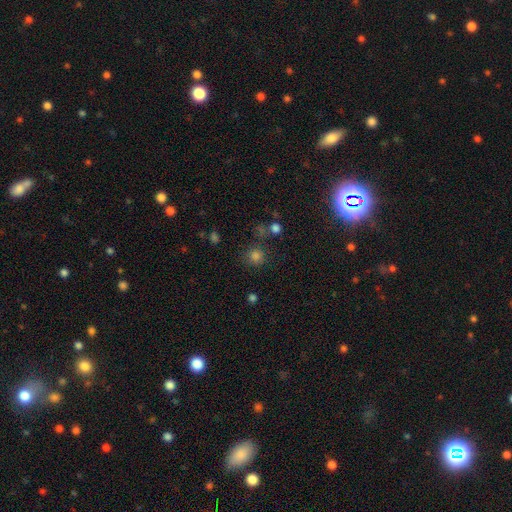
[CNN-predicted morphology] smooth_or_featured: smooth (p=0.77) [alt: star or artifact p=0.18]
how_rounded: round (p=0.90) [alt: in between p=0.09]
merging: none (p=0.78) [alt: minor disturbance p=0.10]